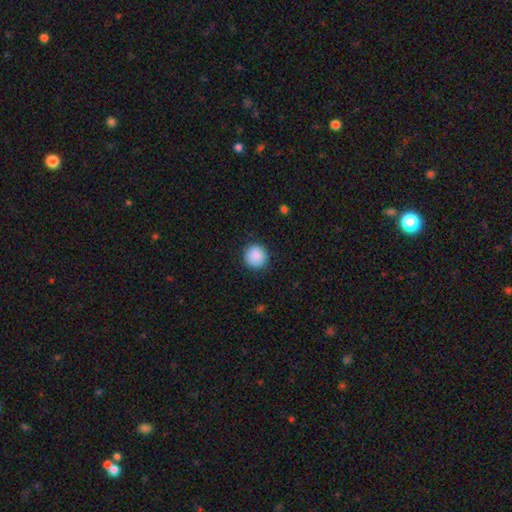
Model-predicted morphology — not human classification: This is clearly a smooth galaxy (89%). How rounded: clearly round (91%). Merging: clearly none (87%).